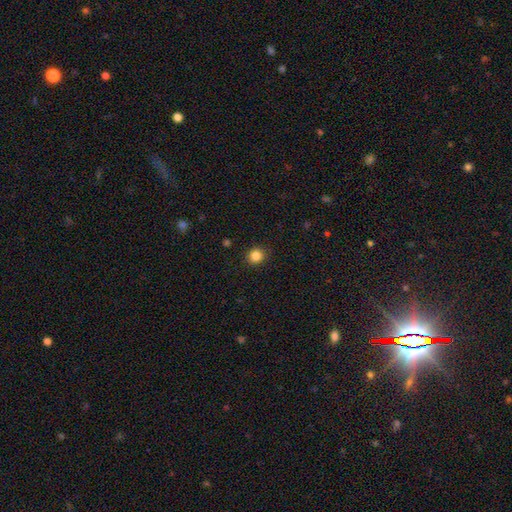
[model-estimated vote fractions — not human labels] Smooth or featured: smooth — 85% (star or artifact — 11%)
How rounded: round — 85% (in between — 14%)
Merging: none — 90% (minor disturbance — 7%)